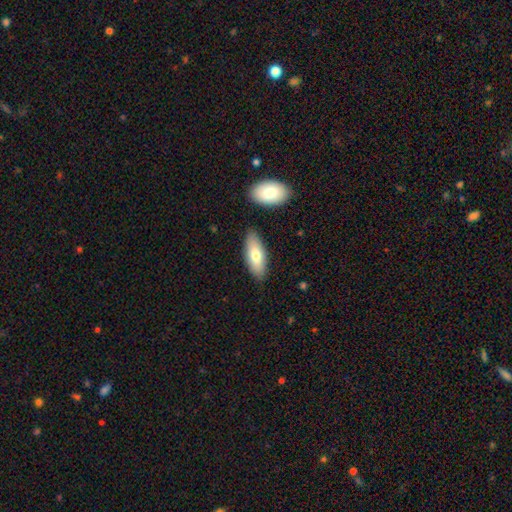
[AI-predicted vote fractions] A smooth galaxy with no disk features (73%) that is in between round and cigar-shaped (75%). Merging: none (82%).